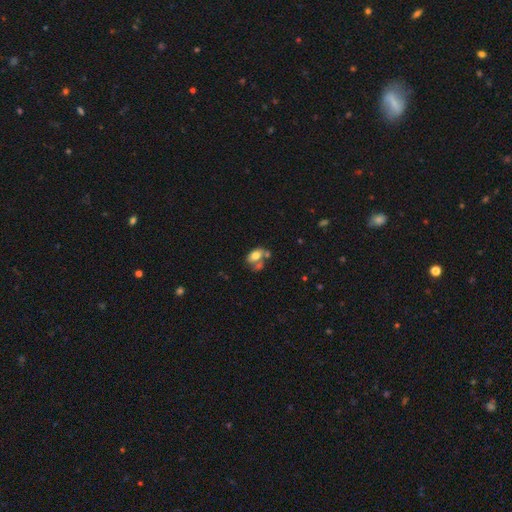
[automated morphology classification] smooth-or-featured: smooth: 68% | featured or disk: 23% | star or artifact: 9%
  how-rounded: in between: 83% | round: 16% | cigar-shaped: 2%
  merging: merger: 38% | none: 31% | minor disturbance: 18% | major disturbance: 13%